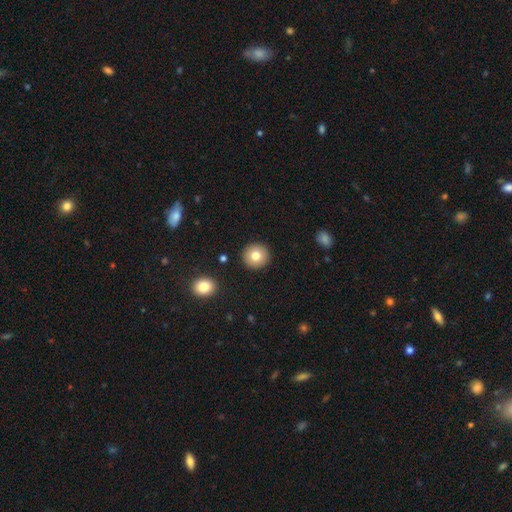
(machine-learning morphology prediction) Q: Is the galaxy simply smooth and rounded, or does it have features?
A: smooth — 79%.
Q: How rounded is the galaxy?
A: round — 93%.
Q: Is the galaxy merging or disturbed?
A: none — 92%.